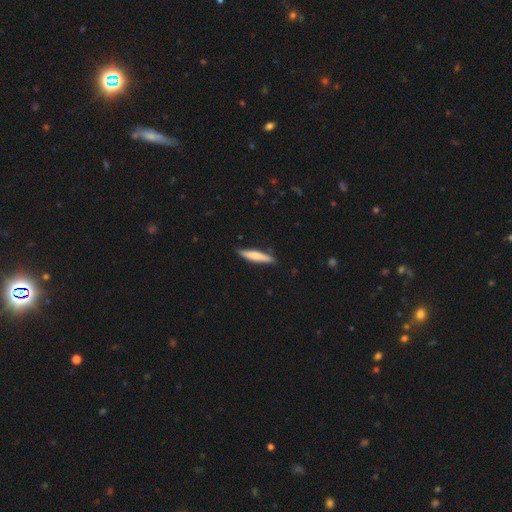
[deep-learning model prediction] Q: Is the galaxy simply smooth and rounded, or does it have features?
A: smooth — 66%.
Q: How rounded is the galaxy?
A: cigar-shaped — 87%.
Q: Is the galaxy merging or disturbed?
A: none — 86%.